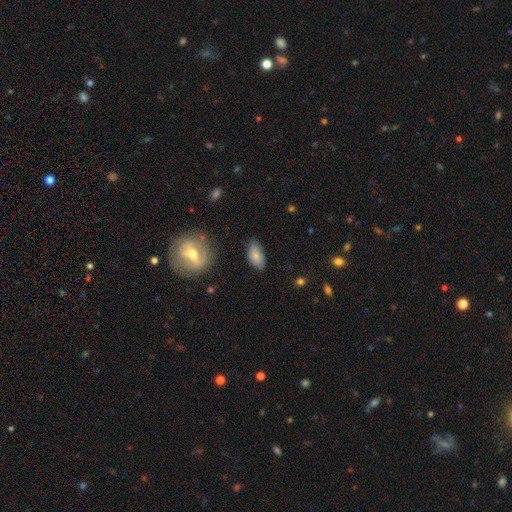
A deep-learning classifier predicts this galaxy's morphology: Smooth or featured?
  - smooth: 75% *
  - featured or disk: 17%
  - star or artifact: 9%
How rounded?
  - in between: 91% *
  - round: 5%
  - cigar-shaped: 4%
Merging?
  - none: 68% *
  - minor disturbance: 24%
  - major disturbance: 5%
  - merger: 2%